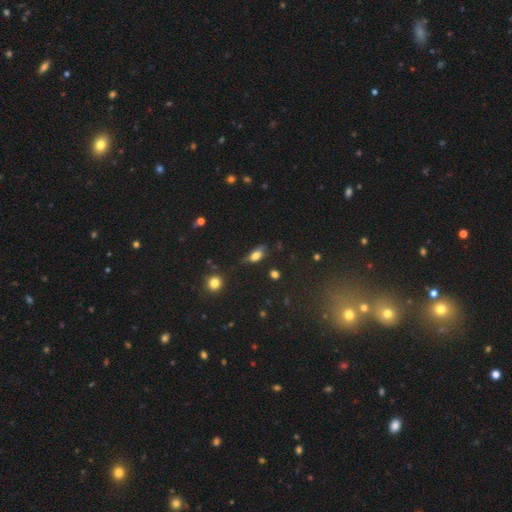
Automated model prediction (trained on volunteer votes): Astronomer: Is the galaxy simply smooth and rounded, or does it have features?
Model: smooth — 74%.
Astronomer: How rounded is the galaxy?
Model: in between — 81%.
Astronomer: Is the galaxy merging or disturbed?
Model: none — 51% (runner-up: minor disturbance, 33%).